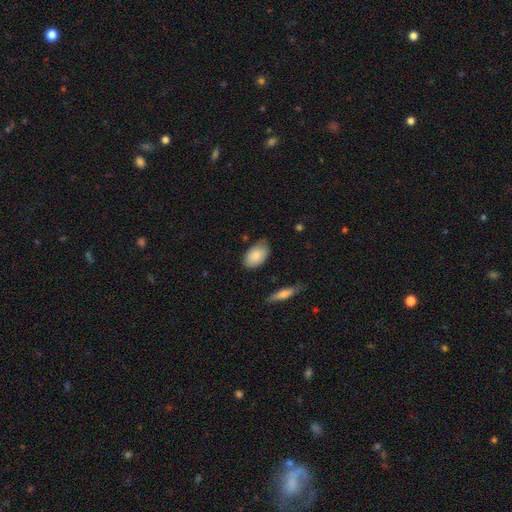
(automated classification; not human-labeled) A smooth galaxy with no disk features (85%) that is in between round and cigar-shaped (92%).

Vote fractions:
- Smooth or featured? smooth: 85% / featured or disk: 9% / star or artifact: 6%
- How rounded? in between: 92% / round: 6% / cigar-shaped: 2%
- Merging? none: 74% / minor disturbance: 20% / major disturbance: 4% / merger: 2%